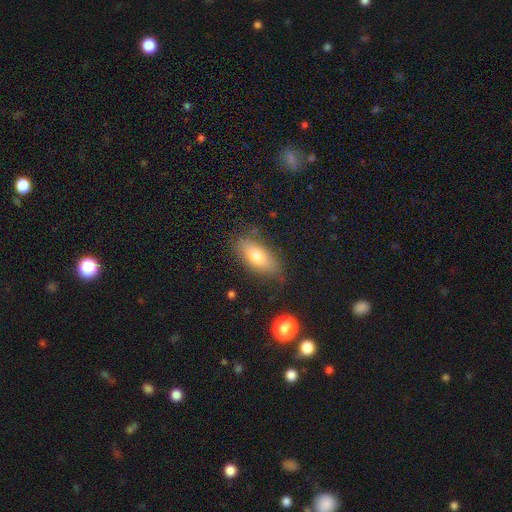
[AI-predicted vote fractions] Morphology: type=smooth (72%); roundness=in between (84%); merging=none (76%).